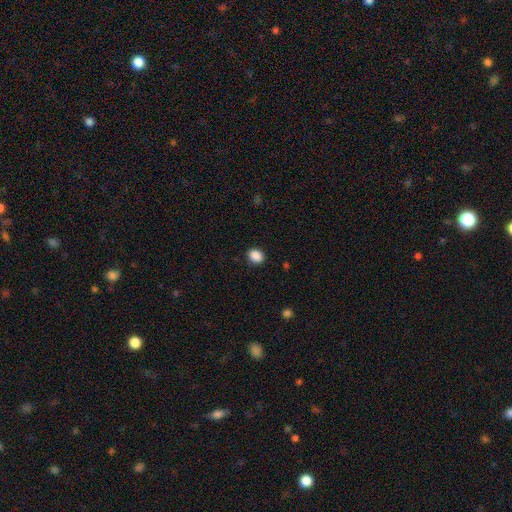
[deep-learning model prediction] smooth_or_featured: smooth (p=0.89) [alt: star or artifact p=0.09]
how_rounded: in between (p=0.52) [alt: round p=0.47]
merging: none (p=0.87) [alt: minor disturbance p=0.09]